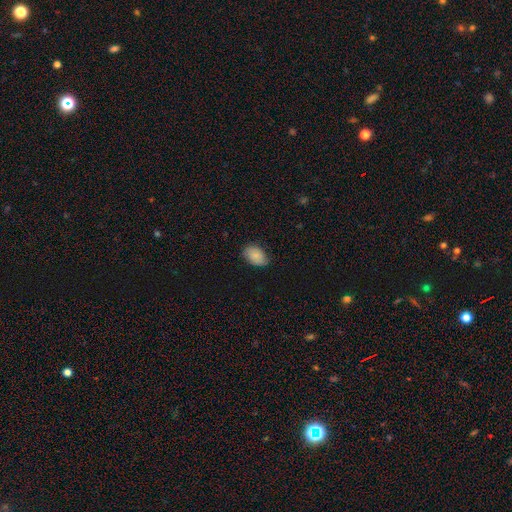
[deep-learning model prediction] The model was most divided on "merging": none: 77%, minor disturbance: 18%, major disturbance: 3%, merger: 1%. More confident: how rounded — in between (87%); smooth or featured — smooth (85%).